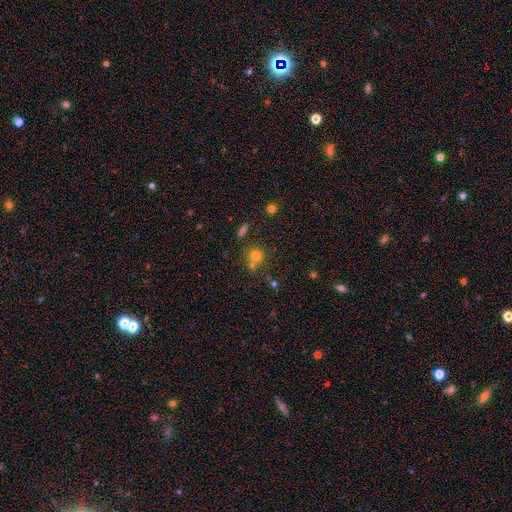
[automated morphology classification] smooth_or_featured: smooth (p=0.72) [alt: star or artifact p=0.17]
how_rounded: round (p=0.87) [alt: in between p=0.12]
merging: none (p=0.57) [alt: merger p=0.32]